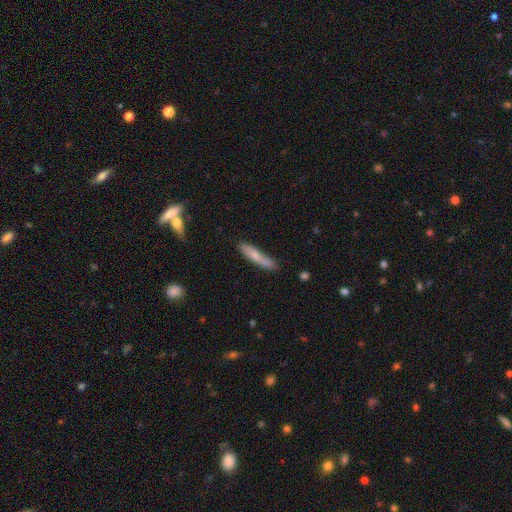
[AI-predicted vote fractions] Overall: smooth (59%; featured or disk 35%). How rounded: cigar-shaped (87%). Merging: none (72%).